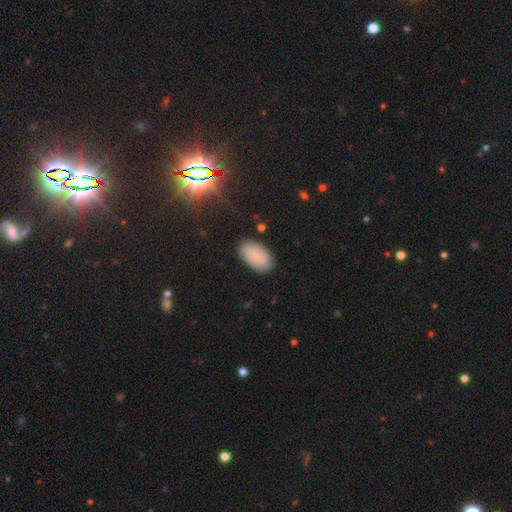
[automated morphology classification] Q: Smooth or featured?
A: smooth (77%); runner-up: featured or disk (13%)
Q: How rounded?
A: in between (94%); runner-up: round (4%)
Q: Merging?
A: none (84%); runner-up: minor disturbance (12%)